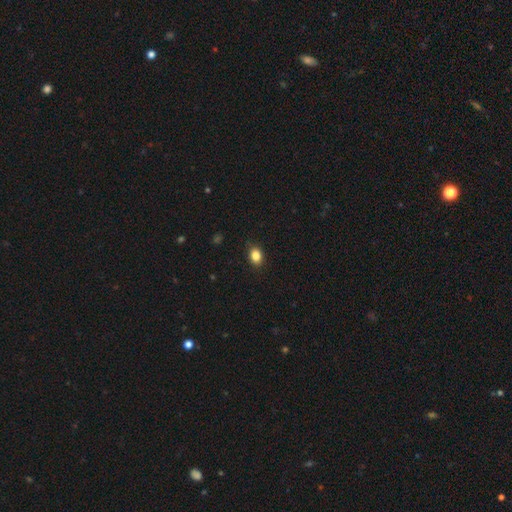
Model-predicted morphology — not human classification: A smooth galaxy with no disk features (85%) that is in between round and cigar-shaped (67%). Merging: none (87%).